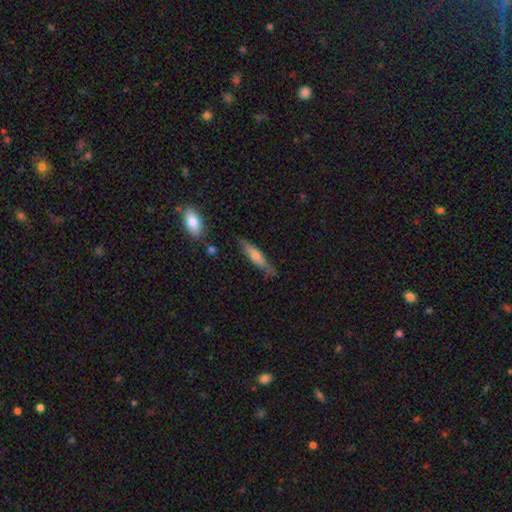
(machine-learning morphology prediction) This is possibly a smooth galaxy (59%). How rounded: likely cigar-shaped (79%). Merging: likely none (71%).